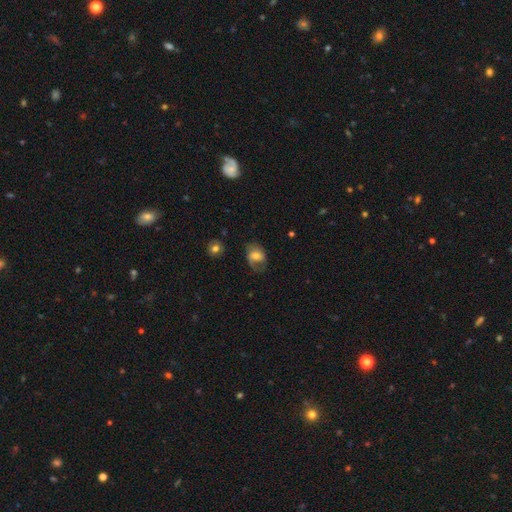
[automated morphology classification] This is possibly a smooth galaxy (53%). How rounded: likely in between (66%). Merging: possibly none (49%).